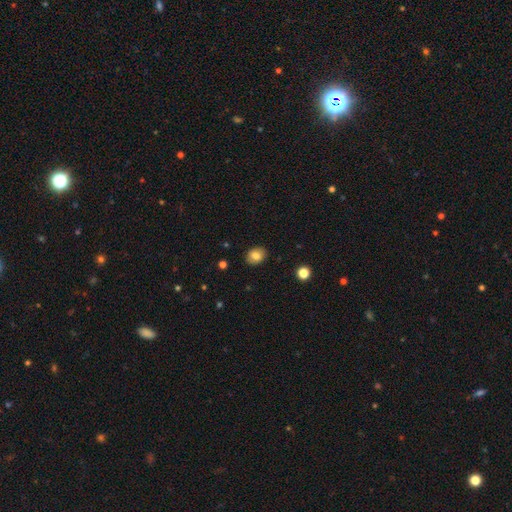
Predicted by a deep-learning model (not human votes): Q: Smooth or featured?
A: smooth (81%); runner-up: featured or disk (10%)
Q: How rounded?
A: in between (56%); runner-up: round (43%)
Q: Merging?
A: none (89%); runner-up: minor disturbance (8%)